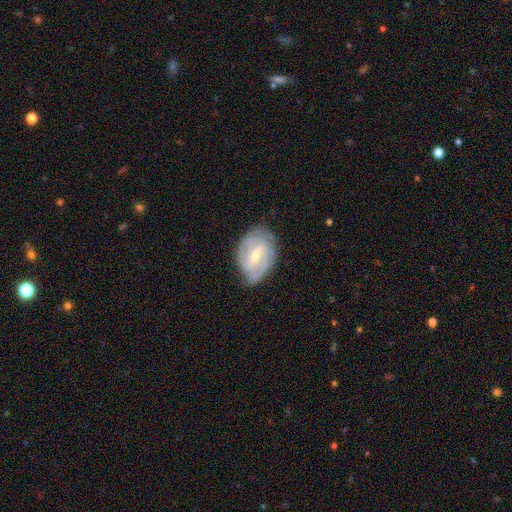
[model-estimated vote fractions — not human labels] Overall: featured or disk (83%). Edge-on disk: no (97%). Bar: weak (53%; strong 27%). Spiral arms: yes (93%). Spiral arm count: 2 (51%; can't tell 21%). Spiral winding: tight (56%; medium 35%). Bulge size: small (52%; moderate 45%). Merging: none (68%).